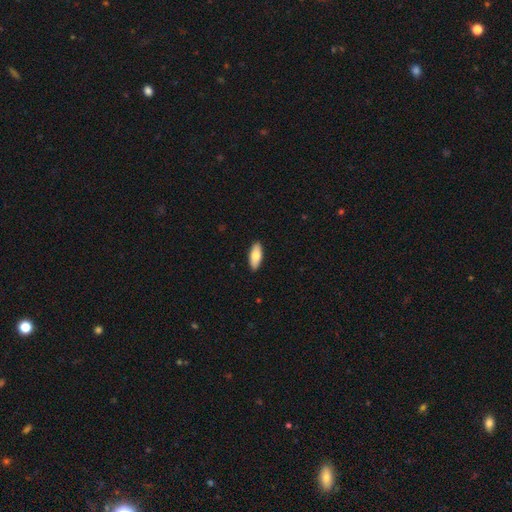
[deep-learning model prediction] This appears to be a smooth galaxy with no disk features (80%) that is in between round and cigar-shaped (80%). Merging: none (90%).